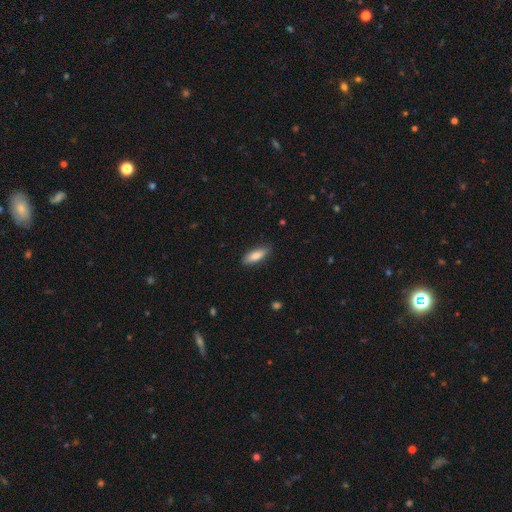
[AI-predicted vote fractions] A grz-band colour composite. It shows a smooth galaxy with no disk features (80%) that is in between round and cigar-shaped (55%). Merging: none (85%).